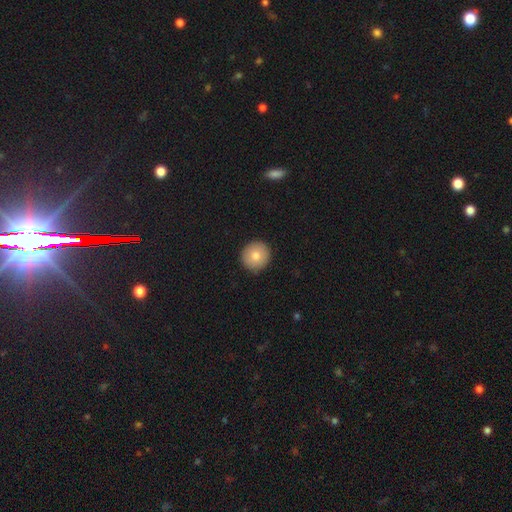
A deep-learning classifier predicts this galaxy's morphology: Smooth or featured?
  - smooth: 80% *
  - featured or disk: 12%
  - star or artifact: 8%
How rounded?
  - round: 93% *
  - in between: 6%
  - cigar-shaped: 1%
Merging?
  - none: 91% *
  - minor disturbance: 6%
  - major disturbance: 2%
  - merger: 1%